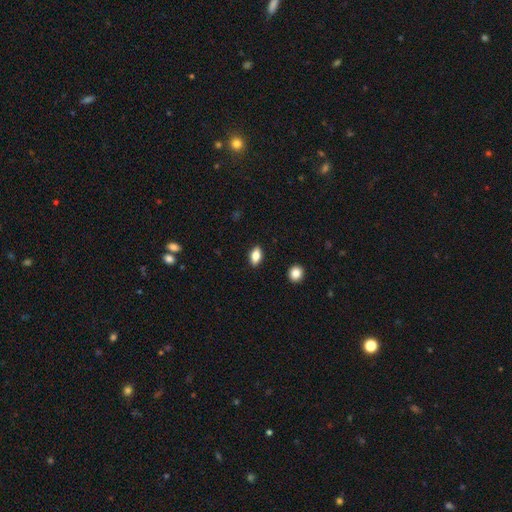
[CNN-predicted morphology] This is likely a smooth galaxy (78%). How rounded: clearly in between (87%). Merging: clearly none (89%).